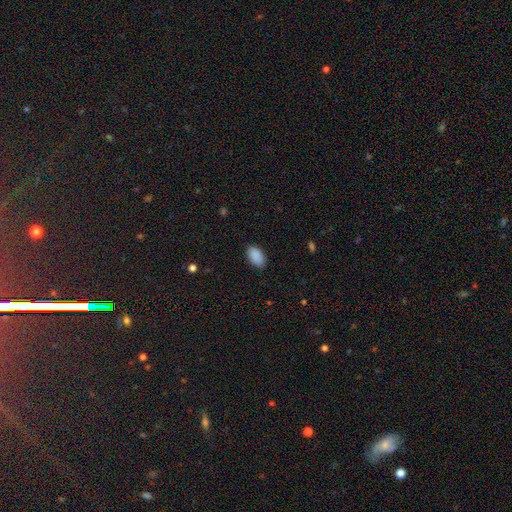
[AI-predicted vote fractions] Smooth or featured? smooth (90%)
How rounded? in between (95%)
Merging? none (86%)